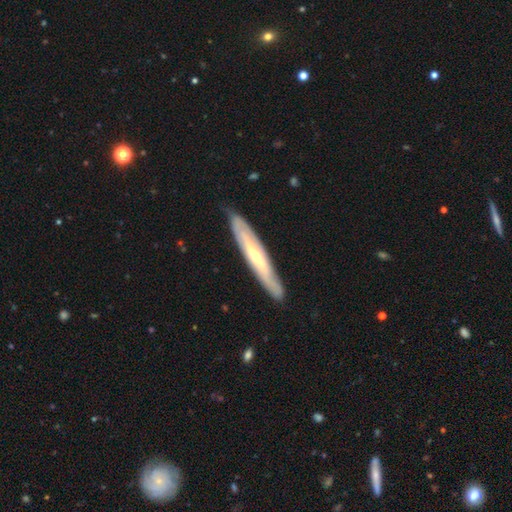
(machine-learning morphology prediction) The model was most divided on "edge-on disk": yes: 66%, no: 34%. More confident: merging — none (84%); smooth or featured — featured or disk (66%).